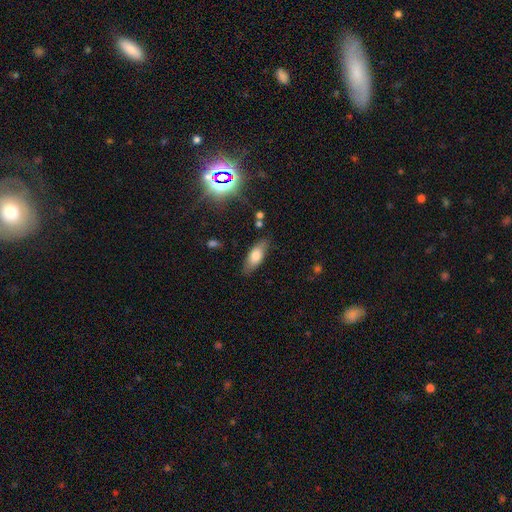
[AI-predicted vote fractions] smooth-or-featured: smooth: 72% | featured or disk: 19% | star or artifact: 8%
  how-rounded: in between: 76% | cigar-shaped: 22% | round: 3%
  merging: none: 82% | minor disturbance: 14% | major disturbance: 3% | merger: 2%